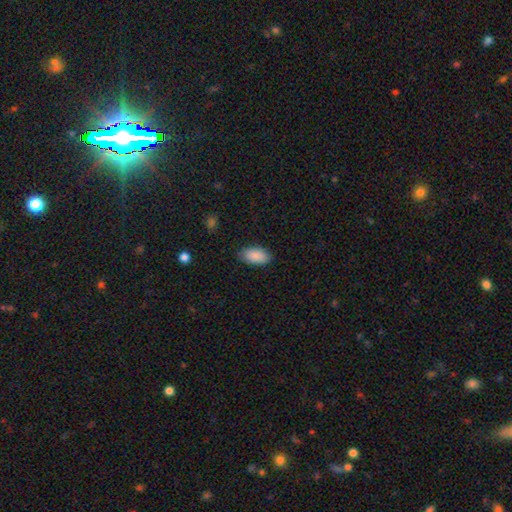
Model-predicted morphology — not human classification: This is clearly a smooth galaxy (89%). How rounded: clearly in between (94%). Merging: clearly none (86%).